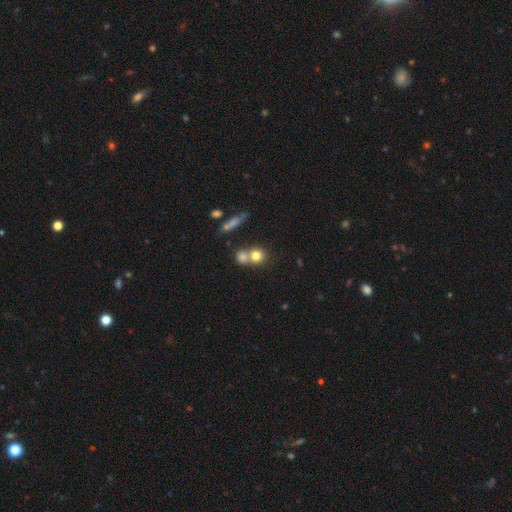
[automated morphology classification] Smooth or featured?
  - smooth: 74% *
  - featured or disk: 14%
  - star or artifact: 12%
How rounded?
  - round: 81% *
  - in between: 16%
  - cigar-shaped: 3%
Merging?
  - merger: 49% *
  - none: 40%
  - minor disturbance: 7%
  - major disturbance: 4%